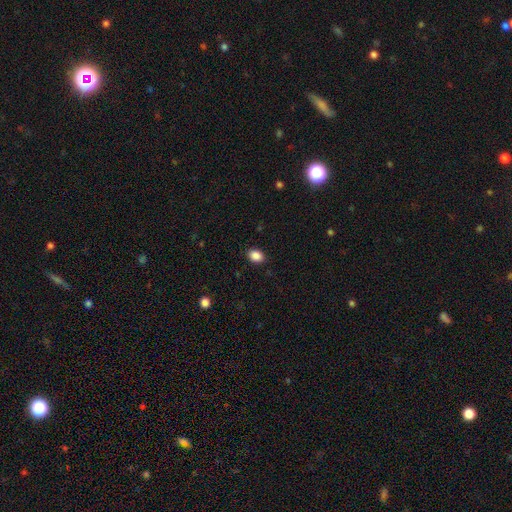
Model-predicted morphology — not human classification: Smooth or featured? smooth (88%)
How rounded? in between (73%)
Merging? none (89%)